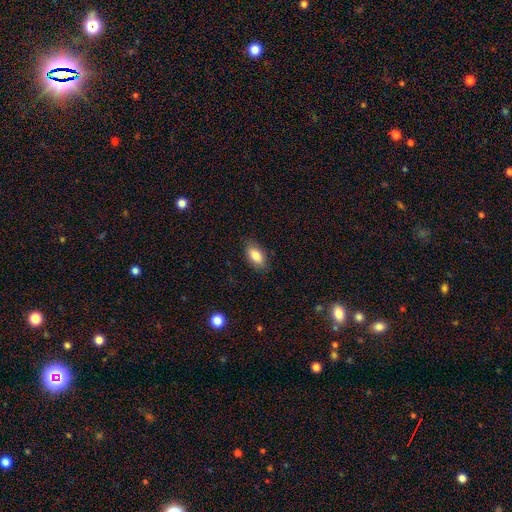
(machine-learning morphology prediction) Smooth or featured? Predicted: smooth (p=0.84). How rounded? Predicted: in between (p=0.90). Merging? Predicted: none (p=0.85).